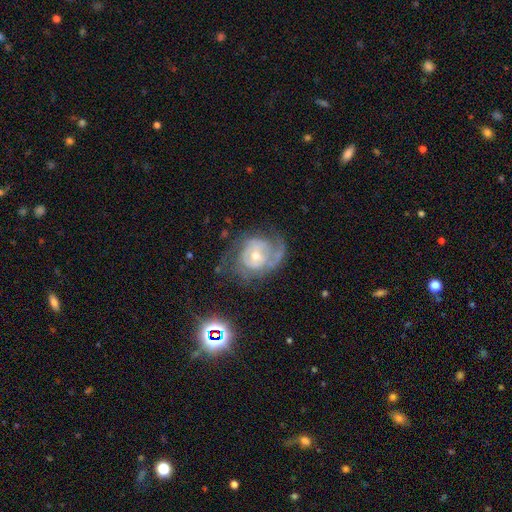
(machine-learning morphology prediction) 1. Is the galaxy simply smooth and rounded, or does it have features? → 75% featured or disk, 18% smooth, 7% star or artifact.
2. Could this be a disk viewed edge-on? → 97% no, 3% yes.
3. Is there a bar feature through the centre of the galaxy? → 67% no, 27% weak, 6% strong.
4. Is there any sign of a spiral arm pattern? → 77% yes, 23% no.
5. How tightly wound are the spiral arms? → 47% tight, 35% medium, 18% loose.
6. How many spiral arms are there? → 33% 2 (tied), 33% can't tell (tied), 22% 1, 8% 3, 3% 4, 2% more than 4.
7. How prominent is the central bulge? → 56% moderate, 39% small, 3% large, 1% none, 1% dominant.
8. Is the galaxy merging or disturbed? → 44% none, 29% major disturbance, 23% minor disturbance, 3% merger.